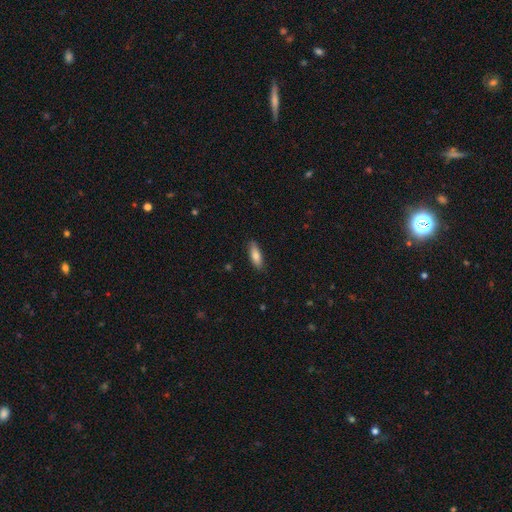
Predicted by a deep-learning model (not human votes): Q: Smooth or featured?
A: smooth (81%); runner-up: featured or disk (13%)
Q: How rounded?
A: in between (56%); runner-up: cigar-shaped (42%)
Q: Merging?
A: none (86%); runner-up: minor disturbance (11%)